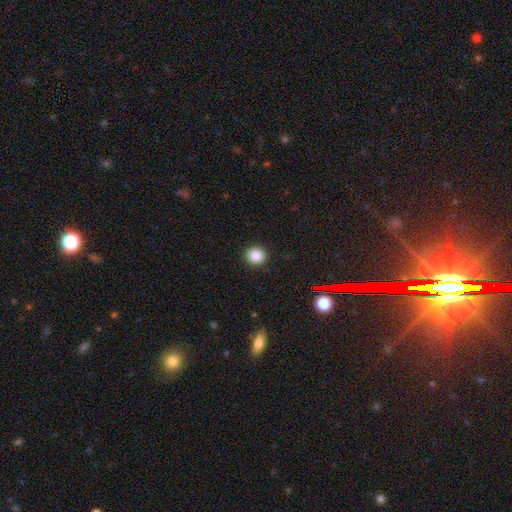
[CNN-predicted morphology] The model was most divided on "smooth or featured": smooth: 85%, star or artifact: 11%, featured or disk: 4%. More confident: merging — none (92%); how rounded — round (92%).